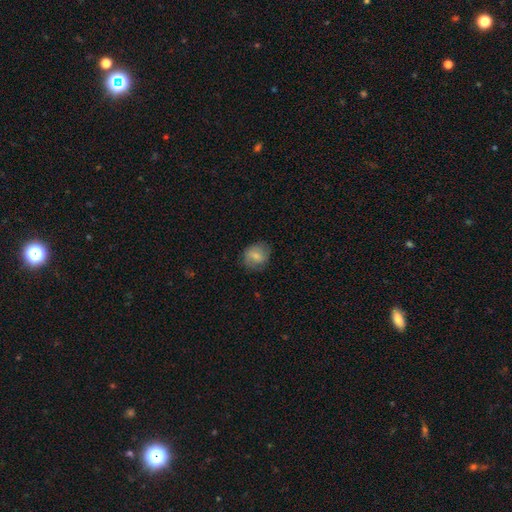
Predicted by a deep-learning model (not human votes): smooth 71%, featured or disk 21%, star or artifact 7%. Down the decision tree: how rounded — round (69%); merging — none (76%).